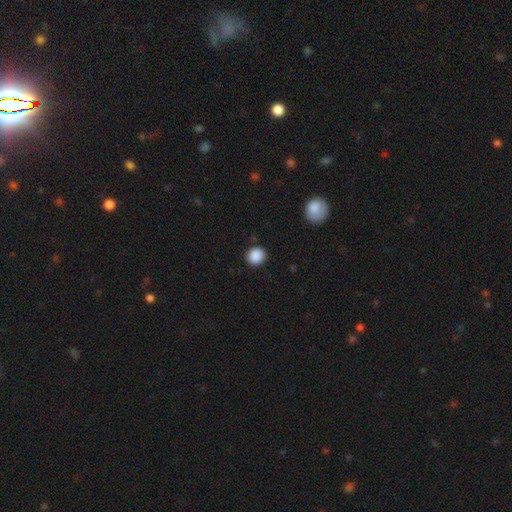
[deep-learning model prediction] smooth_or_featured: smooth (p=0.89) [alt: star or artifact p=0.08]
how_rounded: round (p=0.88) [alt: in between p=0.11]
merging: none (p=0.90) [alt: minor disturbance p=0.06]